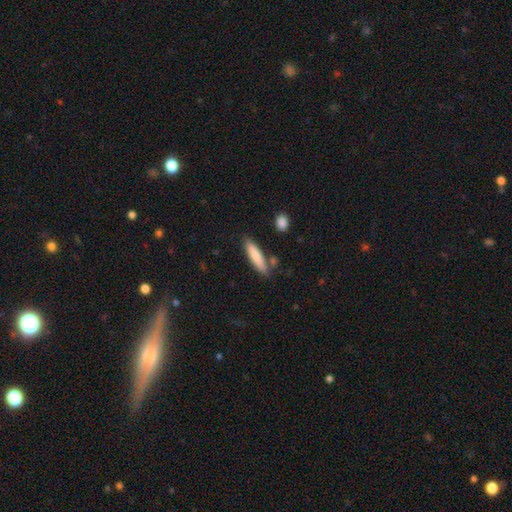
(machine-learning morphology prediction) This appears to be a smooth galaxy with no disk features (81%) that is cigar-shaped (77%). Merging: none (80%).